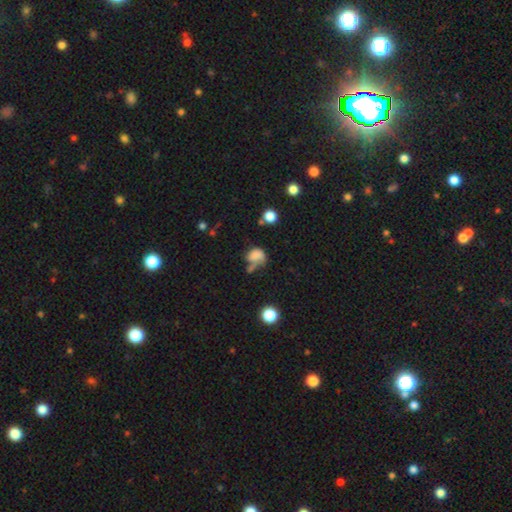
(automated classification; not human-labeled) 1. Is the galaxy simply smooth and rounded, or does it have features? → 67% smooth, 19% featured or disk, 14% star or artifact.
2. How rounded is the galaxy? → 54% in between, 44% round, 2% cigar-shaped.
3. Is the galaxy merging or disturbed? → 32% major disturbance, 24% none, 22% merger, 21% minor disturbance.